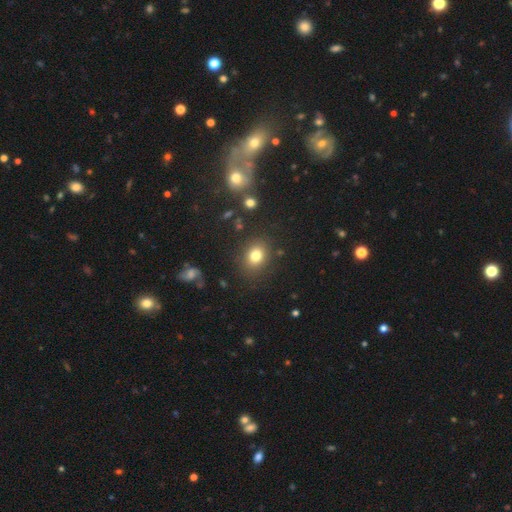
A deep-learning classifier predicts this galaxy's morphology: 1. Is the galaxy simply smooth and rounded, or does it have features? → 79% smooth, 12% star or artifact, 8% featured or disk.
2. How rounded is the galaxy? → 51% round, 48% in between, 1% cigar-shaped.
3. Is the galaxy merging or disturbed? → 84% none, 10% minor disturbance, 4% major disturbance, 2% merger.